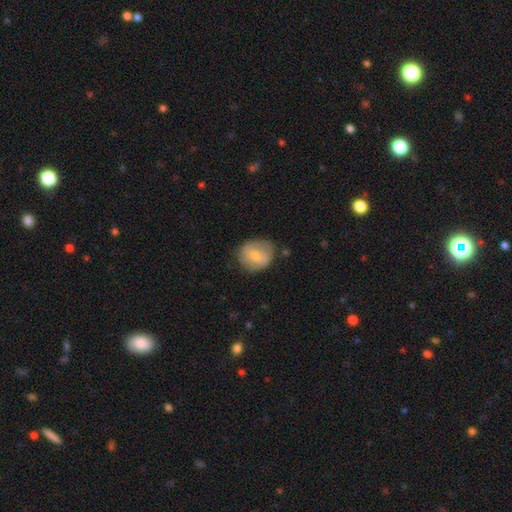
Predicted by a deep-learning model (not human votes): Morphology: type=smooth (56%); roundness=round (68%); merging=none (63%).